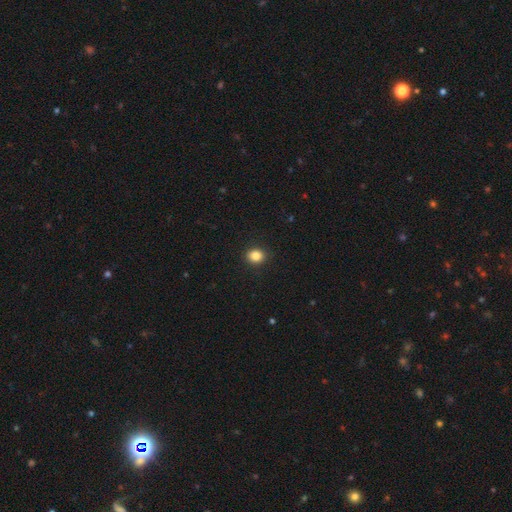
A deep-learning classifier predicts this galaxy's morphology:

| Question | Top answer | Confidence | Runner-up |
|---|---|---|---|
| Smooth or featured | smooth | 84% | star or artifact (11%) |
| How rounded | round | 68% | in between (31%) |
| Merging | none | 91% | minor disturbance (6%) |